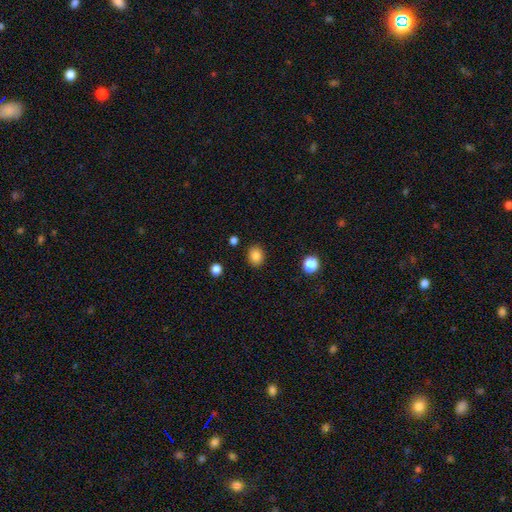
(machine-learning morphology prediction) Smooth or featured? Predicted: smooth (p=0.85). How rounded? Predicted: round (p=0.65). Merging? Predicted: none (p=0.88).